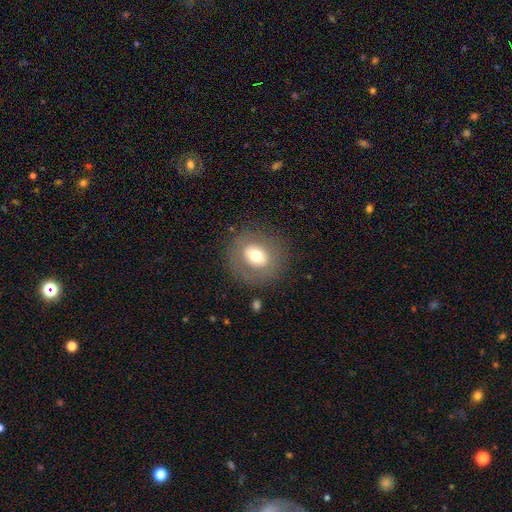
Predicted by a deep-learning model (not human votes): This is likely a smooth galaxy (61%). How rounded: likely round (79%). Merging: clearly none (80%).